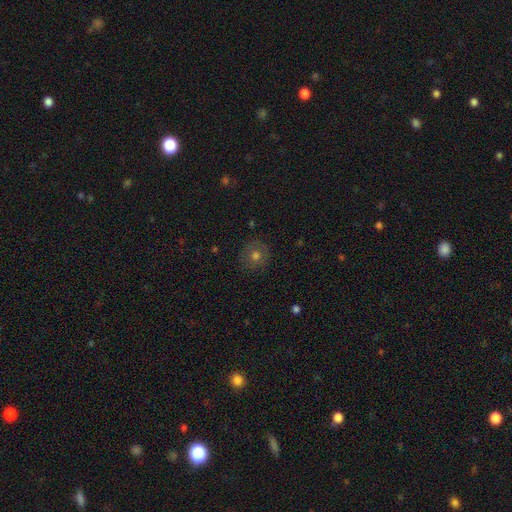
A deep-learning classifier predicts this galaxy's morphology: Q: Smooth or featured?
A: smooth (57%); runner-up: featured or disk (26%)
Q: How rounded?
A: round (90%); runner-up: in between (9%)
Q: Merging?
A: none (84%); runner-up: minor disturbance (11%)